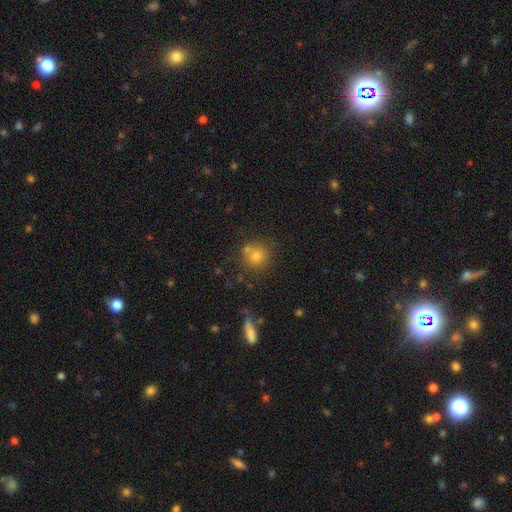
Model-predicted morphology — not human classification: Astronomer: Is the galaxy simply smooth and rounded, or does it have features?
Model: smooth — 73%.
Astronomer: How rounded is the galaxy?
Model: round — 88%.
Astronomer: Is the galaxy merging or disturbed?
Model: none — 65%.